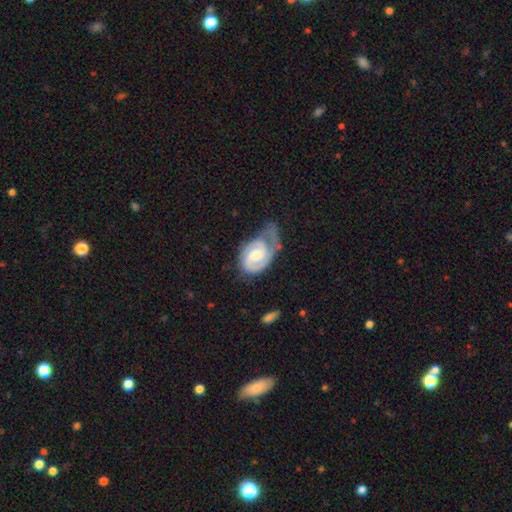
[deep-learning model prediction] Q: Smooth or featured?
A: featured or disk (81%); runner-up: smooth (14%)
Q: Edge-on disk?
A: no (98%); runner-up: yes (2%)
Q: Bar?
A: no (56%); runner-up: weak (37%)
Q: Spiral arms?
A: yes (95%); runner-up: no (5%)
Q: Spiral winding?
A: tight (52%); runner-up: medium (37%)
Q: Spiral arm count?
A: 2 (58%); runner-up: 1 (28%)
Q: Bulge size?
A: moderate (51%); runner-up: large (20%)
Q: Merging?
A: none (33%); runner-up: minor disturbance (32%)